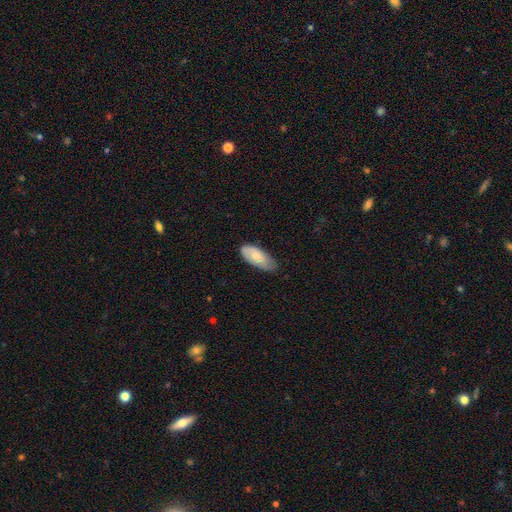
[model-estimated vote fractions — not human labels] The model was most divided on "merging": none: 58%, minor disturbance: 35%, major disturbance: 6%, merger: 1%. More confident: how rounded — in between (89%); smooth or featured — smooth (67%).